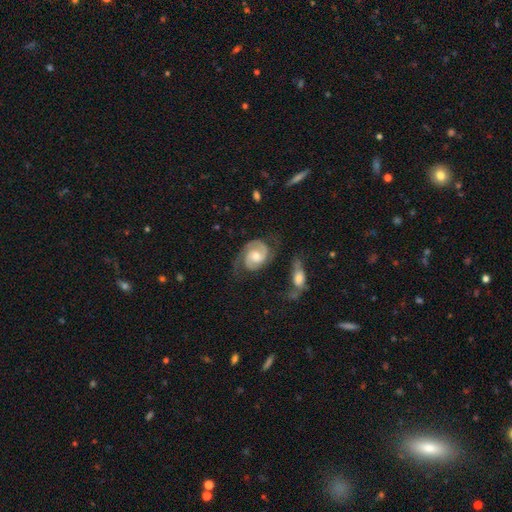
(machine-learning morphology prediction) This is clearly a featured or disk galaxy (86%). It is clearly not viewed edge-on (98%). Bar: likely no (63%). Spiral arm pattern: clearly yes (97%). Spiral arm count: likely 2 (79%). Spiral winding: possibly tight (50%). Central bulge: possibly moderate (56%). Merging: possibly none (57%).